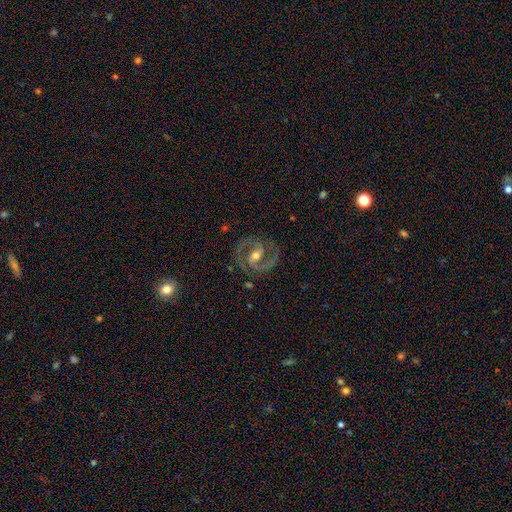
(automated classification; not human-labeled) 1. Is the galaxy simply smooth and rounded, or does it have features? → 92% featured or disk, 5% star or artifact, 4% smooth.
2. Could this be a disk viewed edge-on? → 98% no, 2% yes.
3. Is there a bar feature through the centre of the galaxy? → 44% weak, 34% strong, 23% no.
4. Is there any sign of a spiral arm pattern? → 98% yes, 2% no.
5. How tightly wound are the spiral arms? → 60% medium, 32% tight, 8% loose.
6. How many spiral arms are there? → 93% 2, 2% 3, 2% can't tell, 1% 1, 1% 4, 1% more than 4.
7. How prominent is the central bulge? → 65% moderate, 29% small, 4% large, 1% none, 1% dominant.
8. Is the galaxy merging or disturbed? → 83% none, 12% minor disturbance, 4% major disturbance, 1% merger.